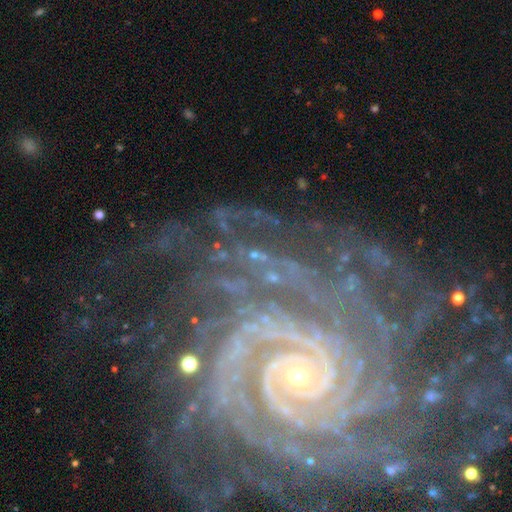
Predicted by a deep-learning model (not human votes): A featured or disk galaxy (89%) with no bar (69%), more than 4 (22%) tight (84%) spiral arms (98%) and a small central bulge (77%).

Vote fractions:
- Smooth or featured? featured or disk: 89% / star or artifact: 8% / smooth: 3%
- Edge-on disk? no: 98% / yes: 2%
- Bar? no: 69% / weak: 17% / strong: 14%
- Spiral arms? yes: 98% / no: 2%
- Spiral winding? tight: 84% / medium: 14% / loose: 3%
- Spiral arm count? more than 4: 22% / 2: 18% / 4: 17% / can't tell: 17% / 3: 16% / 1: 10%
- Bulge size? small: 77% / moderate: 19% / large: 2% / none: 1% / dominant: 1%
- Merging? none: 72% / minor disturbance: 15% / major disturbance: 11% / merger: 2%